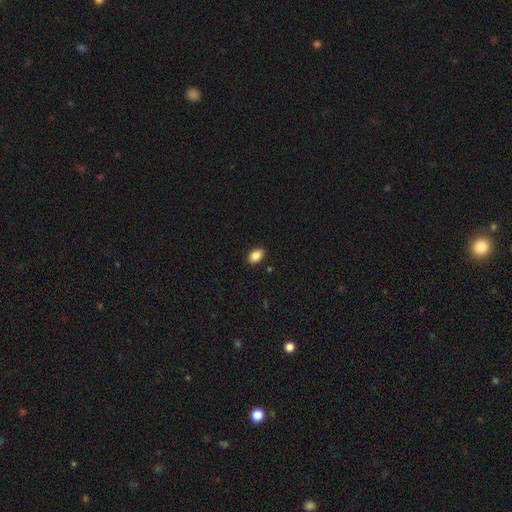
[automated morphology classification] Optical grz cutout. It shows a smooth galaxy with no disk features (86%) that is in between round and cigar-shaped (87%). Merging: none (88%).